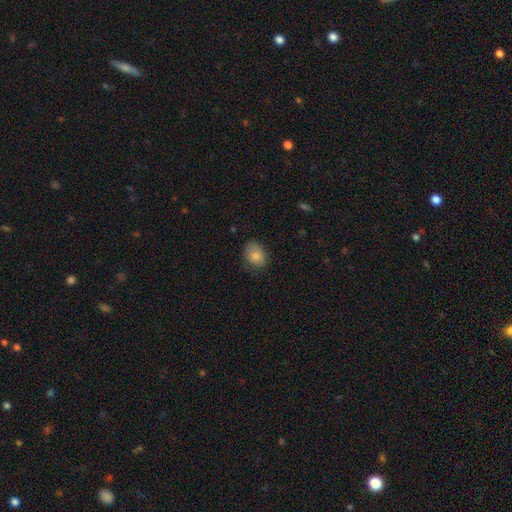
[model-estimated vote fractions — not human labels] This is clearly a smooth galaxy (81%). How rounded: possibly in between (59%). Merging: likely none (76%).